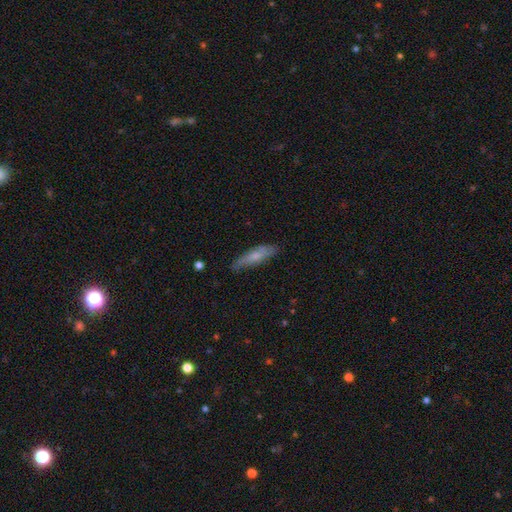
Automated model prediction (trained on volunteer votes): Q: Smooth or featured?
A: smooth (59%); runner-up: featured or disk (35%)
Q: How rounded?
A: cigar-shaped (76%); runner-up: in between (22%)
Q: Merging?
A: none (74%); runner-up: minor disturbance (20%)